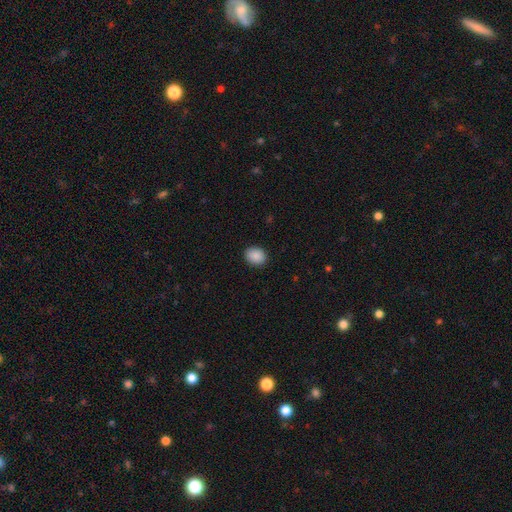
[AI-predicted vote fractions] Smooth or featured? smooth (90%)
How rounded? round (51%)
Merging? none (90%)